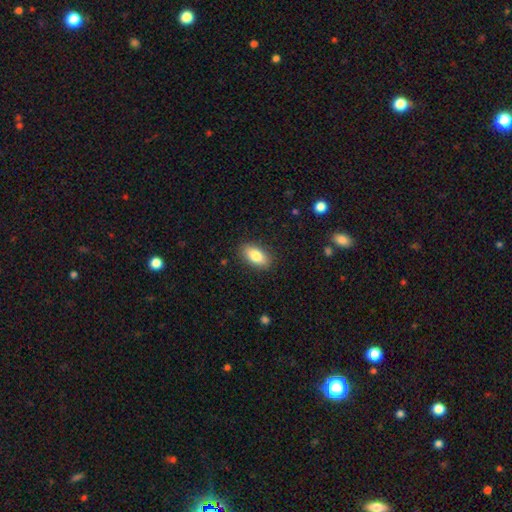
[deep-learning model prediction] Overall: smooth (82%). How rounded: in between (88%). Merging: none (88%).